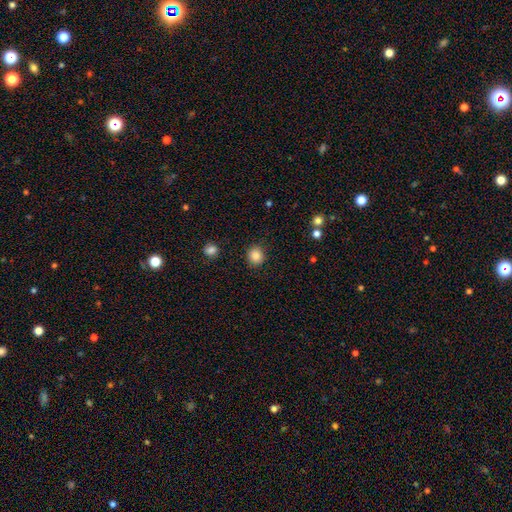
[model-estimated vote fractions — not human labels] Smooth or featured? Predicted: smooth (p=0.86). How rounded? Predicted: round (p=0.86). Merging? Predicted: none (p=0.90).